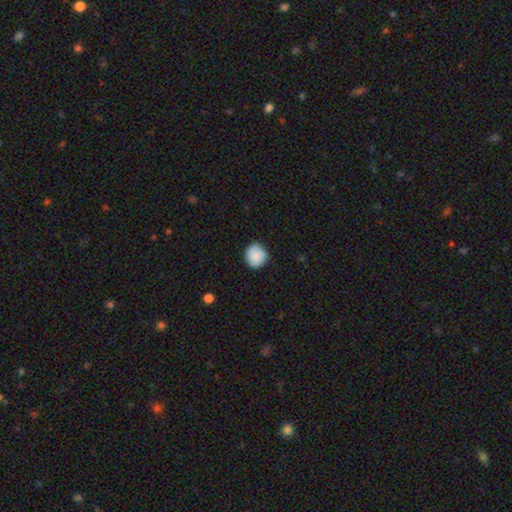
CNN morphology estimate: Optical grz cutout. It shows a smooth galaxy with no disk features (83%) that is round (89%). Merging: none (83%).